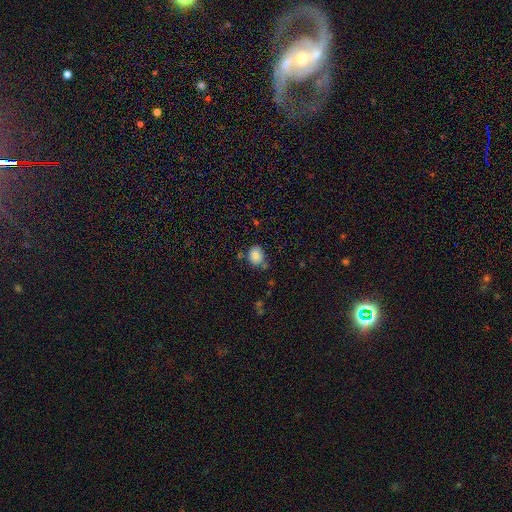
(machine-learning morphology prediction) Overall: smooth (85%). How rounded: round (61%; in between 38%). Merging: none (66%).